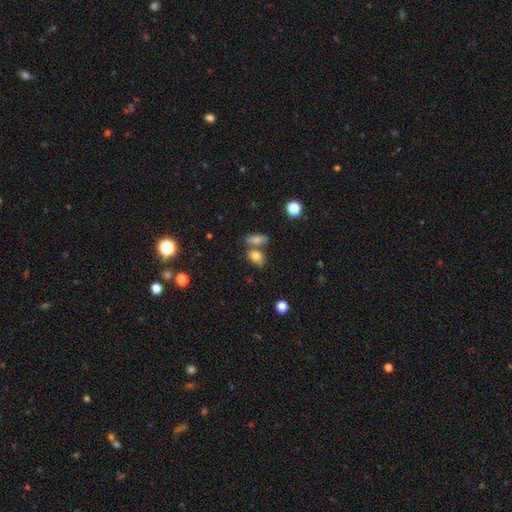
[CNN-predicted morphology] Smooth or featured: smooth — 78% (featured or disk — 12%)
How rounded: in between — 75% (round — 22%)
Merging: none — 48% (merger — 36%)